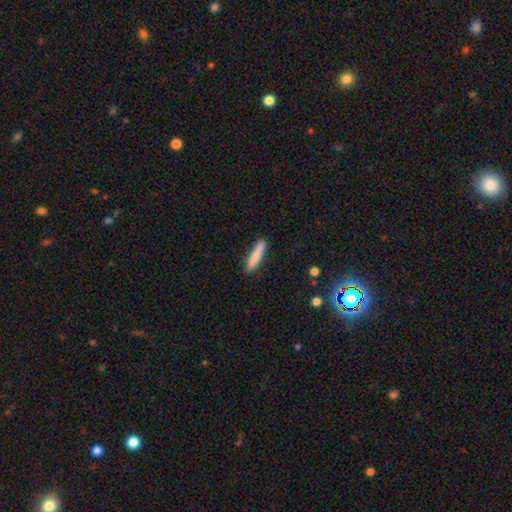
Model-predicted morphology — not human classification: Smooth or featured? Predicted: smooth (p=0.84). How rounded? Predicted: cigar-shaped (p=0.89). Merging? Predicted: none (p=0.88).